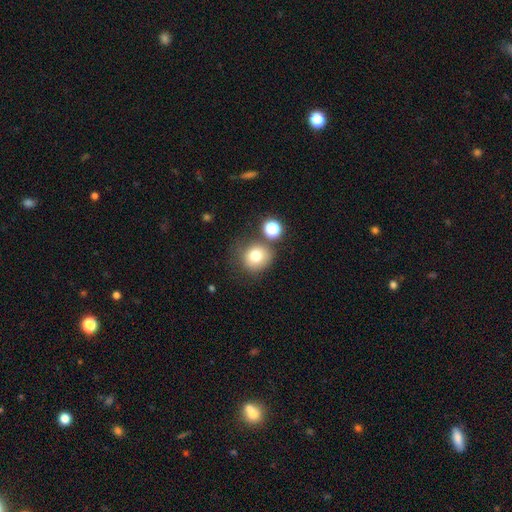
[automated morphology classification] This appears to be a smooth galaxy with no disk features (77%) that is round (85%). Merging: none (65%).